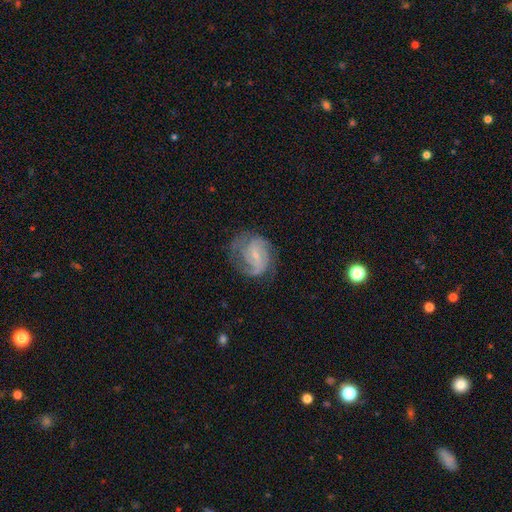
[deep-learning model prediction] Smooth or featured? featured or disk (81%)
Edge-on disk? no (98%)
Bar? weak (46%)
Spiral arms? yes (95%)
Spiral winding? medium (46%)
Spiral arm count? 2 (49%)
Bulge size? small (74%)
Merging? none (63%)